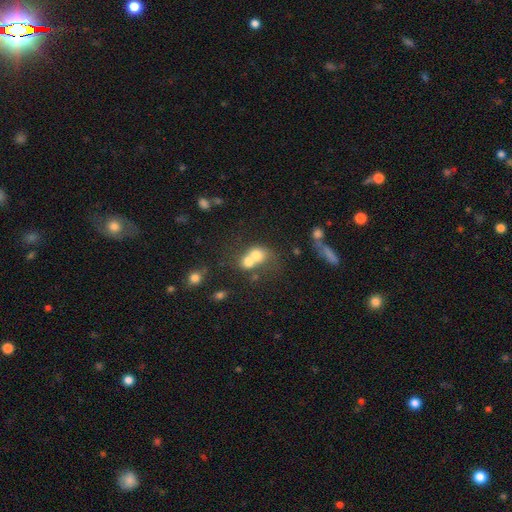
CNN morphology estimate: Q: Smooth or featured?
A: smooth (65%); runner-up: featured or disk (23%)
Q: How rounded?
A: round (60%); runner-up: in between (39%)
Q: Merging?
A: merger (69%); runner-up: none (19%)